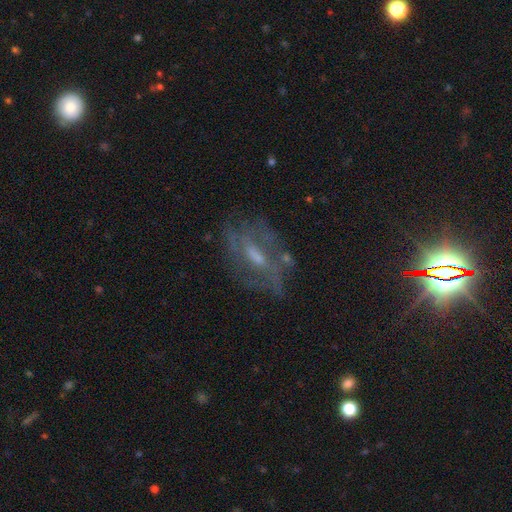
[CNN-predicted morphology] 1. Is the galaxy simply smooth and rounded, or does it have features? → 69% featured or disk, 18% smooth, 13% star or artifact.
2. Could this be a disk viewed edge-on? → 90% no, 10% yes.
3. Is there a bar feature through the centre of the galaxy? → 49% weak, 33% no, 19% strong.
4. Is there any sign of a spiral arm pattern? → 65% yes, 35% no.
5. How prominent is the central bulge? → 45% moderate, 35% small, 13% none, 5% large, 1% dominant.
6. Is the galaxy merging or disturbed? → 60% none, 20% minor disturbance, 16% major disturbance, 4% merger.